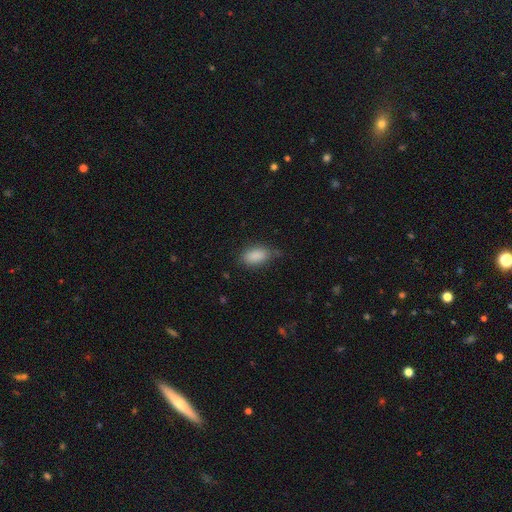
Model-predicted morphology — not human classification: Smooth or featured? Predicted: smooth (p=0.87). How rounded? Predicted: in between (p=0.91). Merging? Predicted: none (p=0.66).